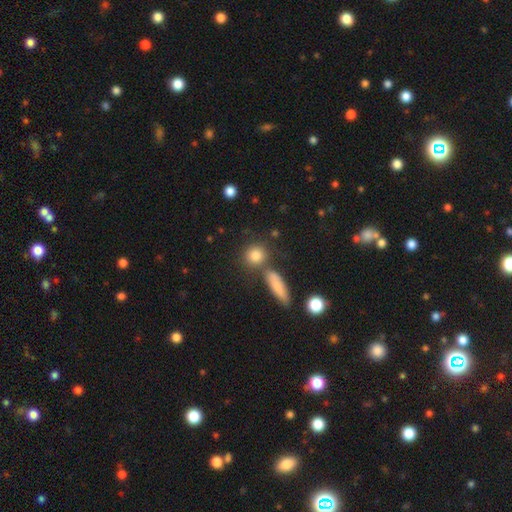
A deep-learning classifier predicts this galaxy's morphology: type=smooth (81%); roundness=round (77%); merging=none (70%).